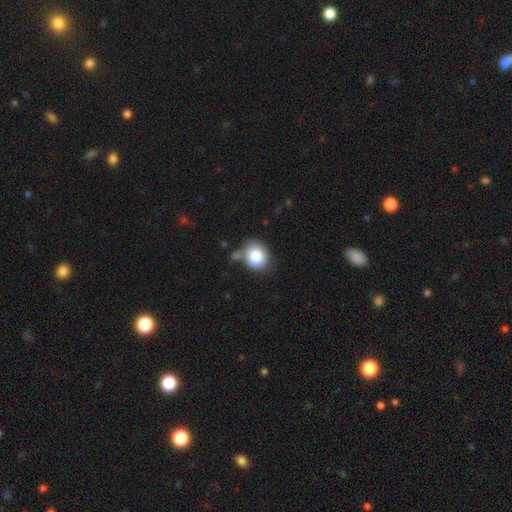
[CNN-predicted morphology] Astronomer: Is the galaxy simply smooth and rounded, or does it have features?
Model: smooth — 84%.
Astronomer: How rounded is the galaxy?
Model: round — 67%.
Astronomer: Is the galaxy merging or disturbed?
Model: none — 60%.